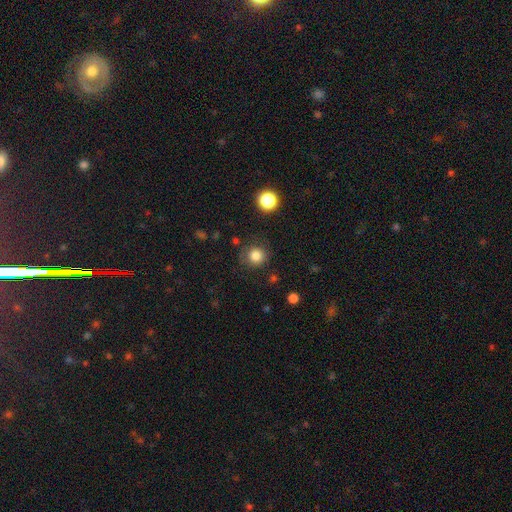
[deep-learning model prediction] Smooth or featured? Predicted: smooth (p=0.82). How rounded? Predicted: round (p=0.92). Merging? Predicted: none (p=0.83).